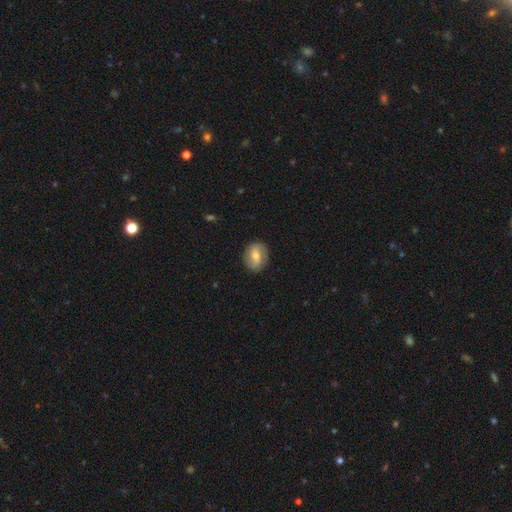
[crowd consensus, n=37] A smooth galaxy with no disk features (49%) that is round (56%). Merging: none (74%).